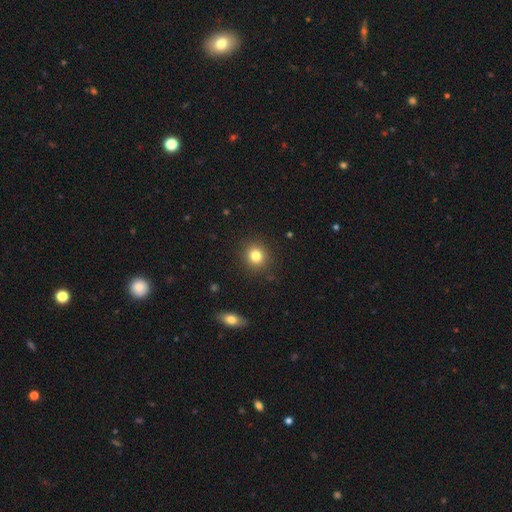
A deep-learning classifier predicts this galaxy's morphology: Overall: smooth (81%). How rounded: round (87%). Merging: none (90%).